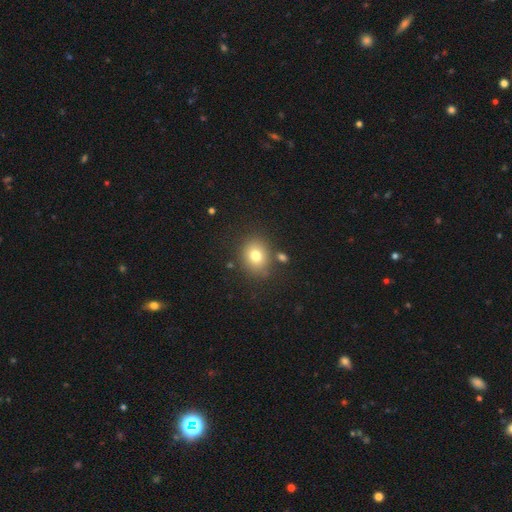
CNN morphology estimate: Smooth or featured: smooth — 77% (star or artifact — 12%)
How rounded: round — 60% (in between — 40%)
Merging: none — 79% (minor disturbance — 11%)